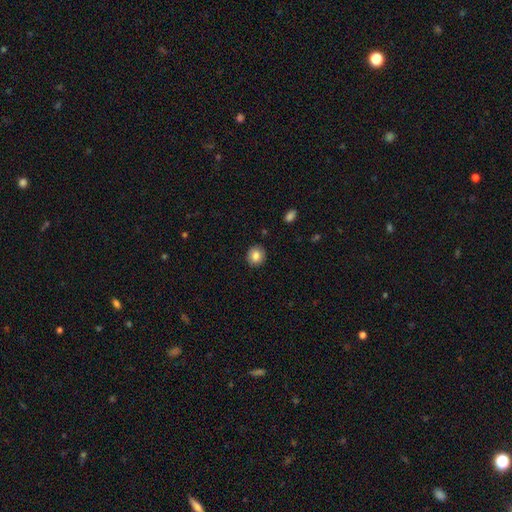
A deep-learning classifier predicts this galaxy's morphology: Smooth or featured? Predicted: smooth (p=0.84). How rounded? Predicted: round (p=0.83). Merging? Predicted: none (p=0.89).